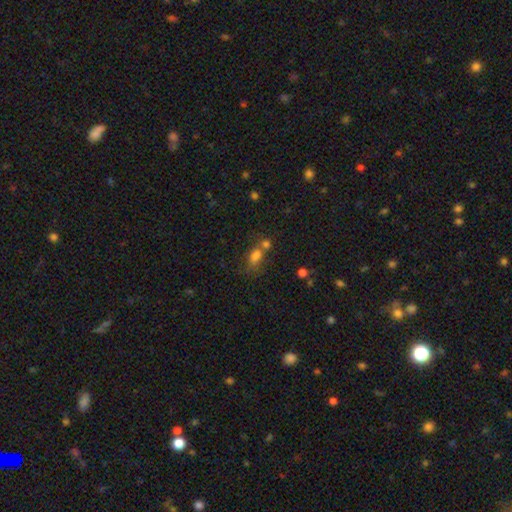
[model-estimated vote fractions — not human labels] smooth-or-featured: smooth: 74% | star or artifact: 15% | featured or disk: 11%
  how-rounded: in between: 78% | round: 15% | cigar-shaped: 7%
  merging: merger: 43% | none: 34% | minor disturbance: 14% | major disturbance: 9%